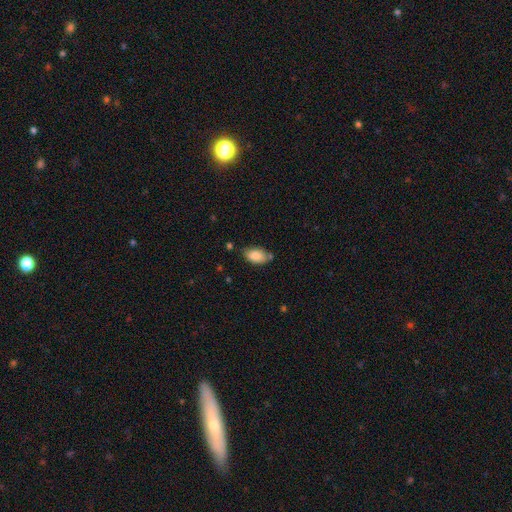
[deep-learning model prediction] Smooth or featured?
  - smooth: 86% *
  - star or artifact: 7%
  - featured or disk: 7%
How rounded?
  - in between: 92% *
  - round: 6%
  - cigar-shaped: 2%
Merging?
  - none: 65% *
  - minor disturbance: 24%
  - merger: 7%
  - major disturbance: 5%